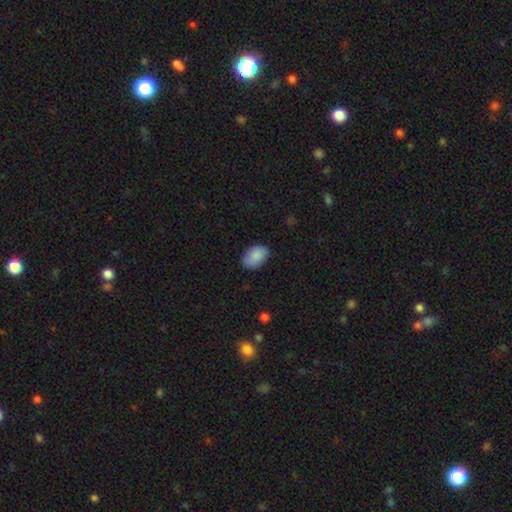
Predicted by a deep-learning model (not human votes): smooth_or_featured: smooth (p=0.88) [alt: star or artifact p=0.06]
how_rounded: in between (p=0.89) [alt: round p=0.10]
merging: none (p=0.83) [alt: minor disturbance p=0.14]